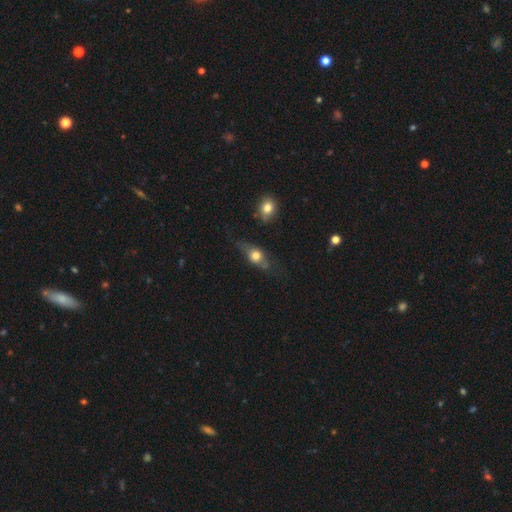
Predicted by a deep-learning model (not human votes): This is possibly a smooth galaxy (59%). How rounded: possibly in between (60%). Merging: possibly none (57%).